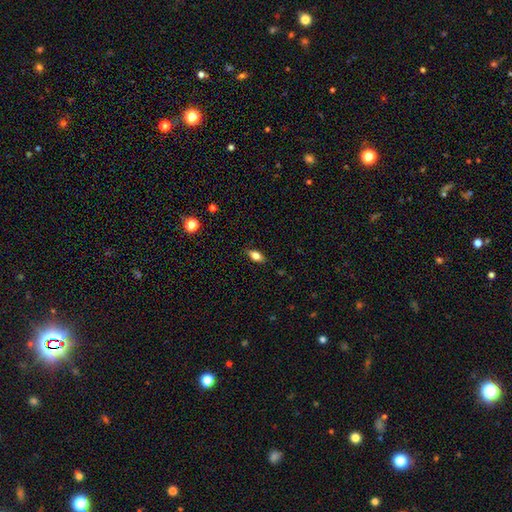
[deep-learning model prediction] The model was most divided on "smooth or featured": smooth: 76%, featured or disk: 15%, star or artifact: 9%. More confident: merging — none (86%); how rounded — in between (85%).